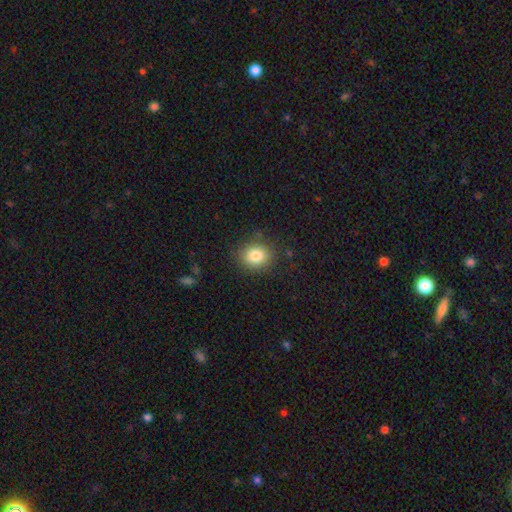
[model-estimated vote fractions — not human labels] Smooth or featured: smooth — 82% (star or artifact — 11%)
How rounded: round — 67% (in between — 32%)
Merging: none — 86% (minor disturbance — 9%)